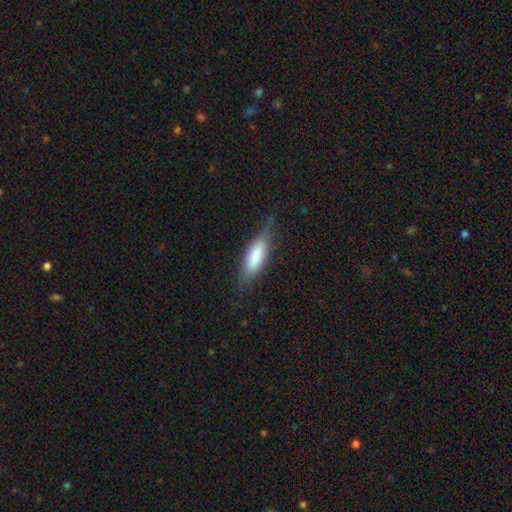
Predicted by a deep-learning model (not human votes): This appears to be a smooth galaxy with no disk features (66%) that is cigar-shaped (55%). Merging: none (72%).